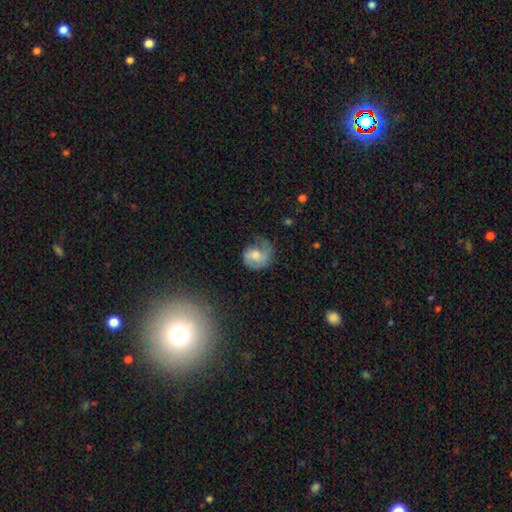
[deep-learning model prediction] smooth-or-featured: smooth: 48% | featured or disk: 44% | star or artifact: 9%
  merging: none: 42% | minor disturbance: 29% | major disturbance: 27% | merger: 2%